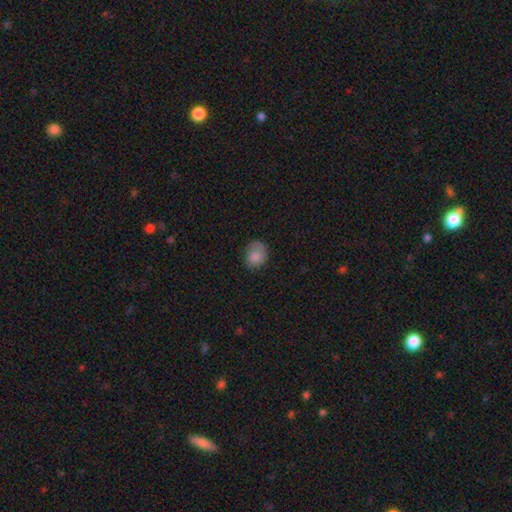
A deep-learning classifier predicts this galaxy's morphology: smooth-or-featured: smooth: 81% | featured or disk: 10% | star or artifact: 9%
  how-rounded: round: 54% | in between: 45% | cigar-shaped: 1%
  merging: none: 62% | minor disturbance: 27% | major disturbance: 10% | merger: 1%